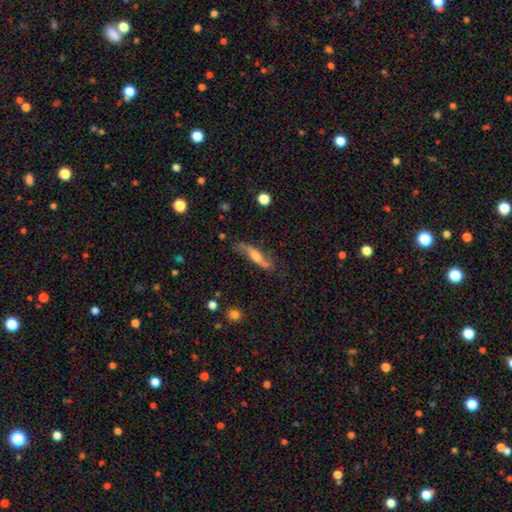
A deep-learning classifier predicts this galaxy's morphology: This is possibly a featured or disk galaxy (56%). It is possibly not viewed edge-on (59%). Merging: possibly none (50%).